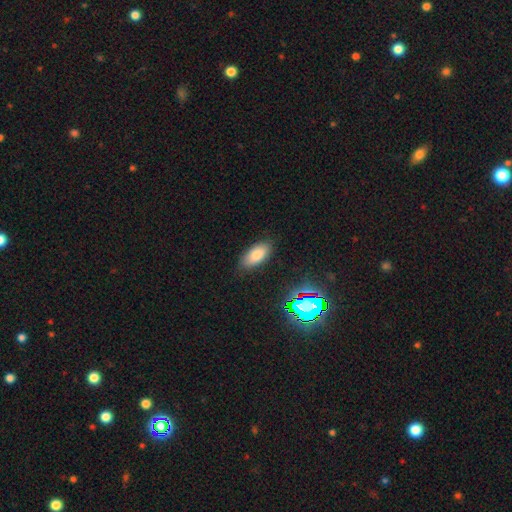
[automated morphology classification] smooth-or-featured: smooth: 79% | star or artifact: 11% | featured or disk: 10%
  how-rounded: in between: 90% | cigar-shaped: 7% | round: 3%
  merging: none: 84% | minor disturbance: 12% | major disturbance: 3% | merger: 1%